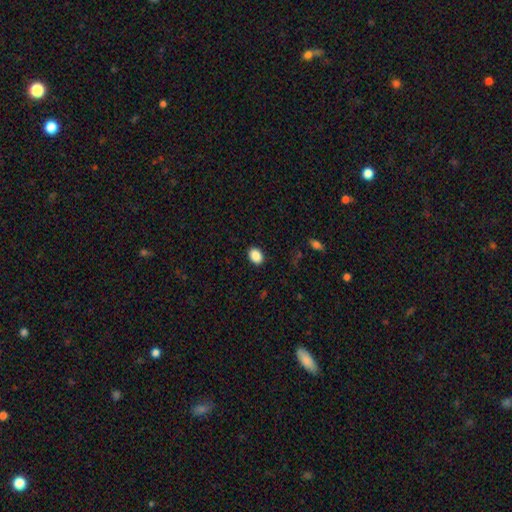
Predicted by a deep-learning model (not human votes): Morphology: type=smooth (89%); roundness=in between (71%); merging=none (90%).